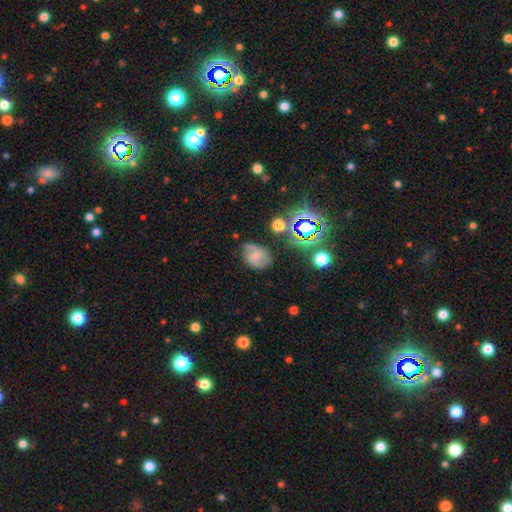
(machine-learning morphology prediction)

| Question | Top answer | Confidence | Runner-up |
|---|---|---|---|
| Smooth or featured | smooth | 43% | featured or disk (42%) |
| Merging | none | 57% | minor disturbance (28%) |